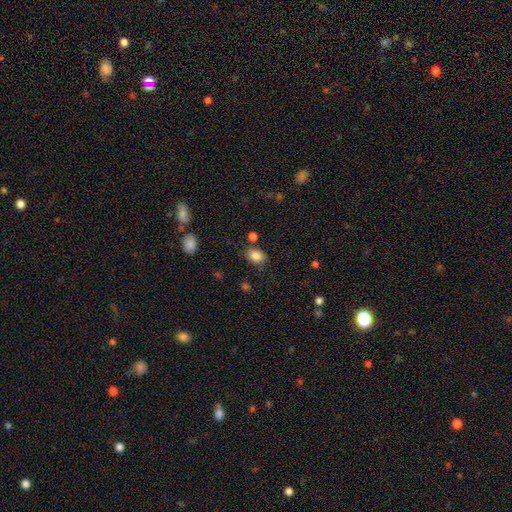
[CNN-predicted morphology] Smooth or featured? smooth (84%)
How rounded? in between (73%)
Merging? none (75%)